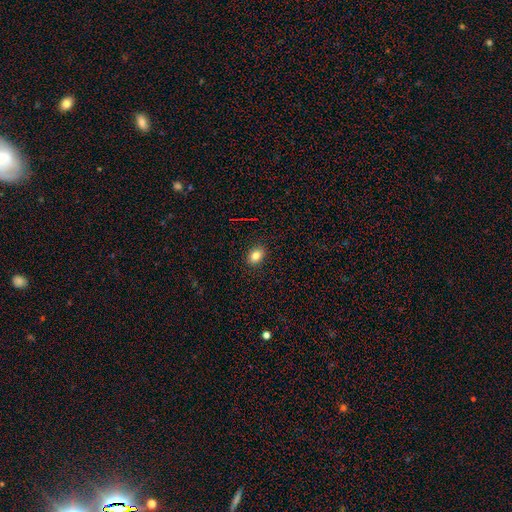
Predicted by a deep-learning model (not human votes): This appears to be a smooth galaxy with no disk features (82%) that is in between round and cigar-shaped (73%). Merging: none (90%).